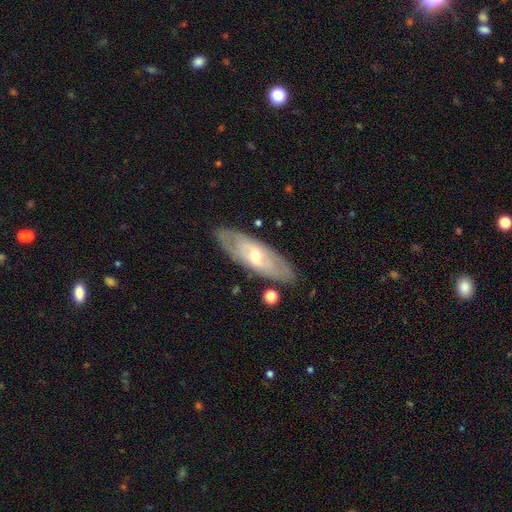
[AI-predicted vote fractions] smooth-or-featured: featured or disk: 66% | smooth: 29% | star or artifact: 6%
  disk-edge-on: no: 78% | yes: 22%
    bar: no: 61% | weak: 29% | strong: 10%
    has-spiral-arms: yes: 50% (tied) | no: 50% (tied)
    bulge-size: moderate: 52% | small: 44% | large: 2% | none: 1% | dominant: 1%
  merging: none: 84% | minor disturbance: 11% | major disturbance: 3% | merger: 2%